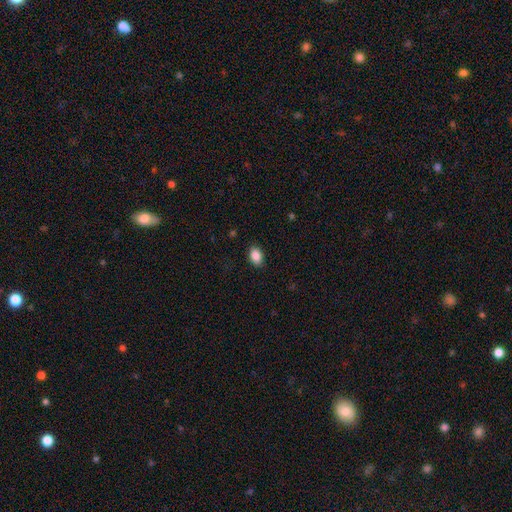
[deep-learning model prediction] The model was most divided on "how rounded": in between: 83%, round: 15%, cigar-shaped: 1%. More confident: smooth or featured — smooth (88%); merging — none (87%).